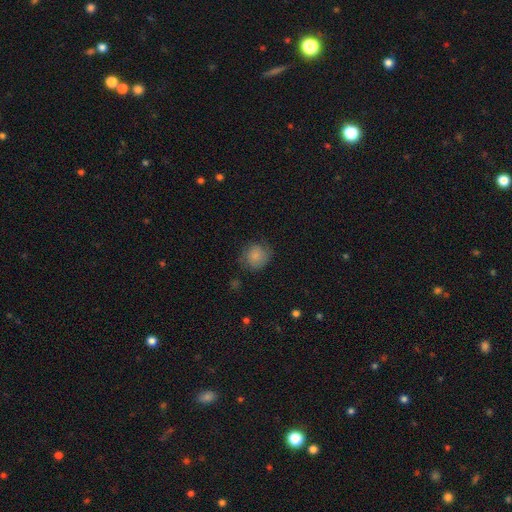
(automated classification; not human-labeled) Overall: smooth (81%). How rounded: round (81%). Merging: none (70%).